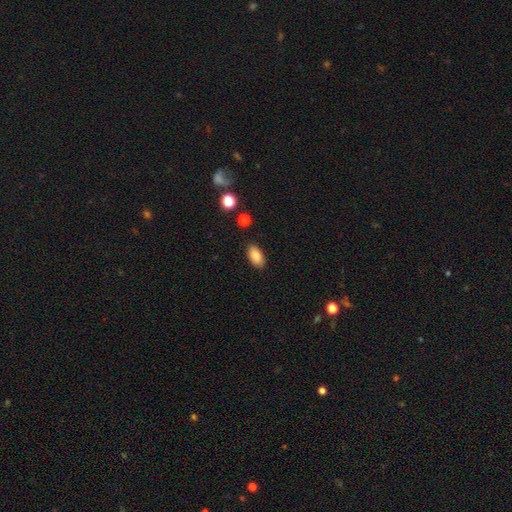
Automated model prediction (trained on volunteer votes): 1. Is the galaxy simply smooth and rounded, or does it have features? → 86% smooth, 8% star or artifact, 6% featured or disk.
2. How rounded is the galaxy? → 93% in between, 4% round, 3% cigar-shaped.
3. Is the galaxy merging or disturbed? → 87% none, 10% minor disturbance, 2% major disturbance, 2% merger.